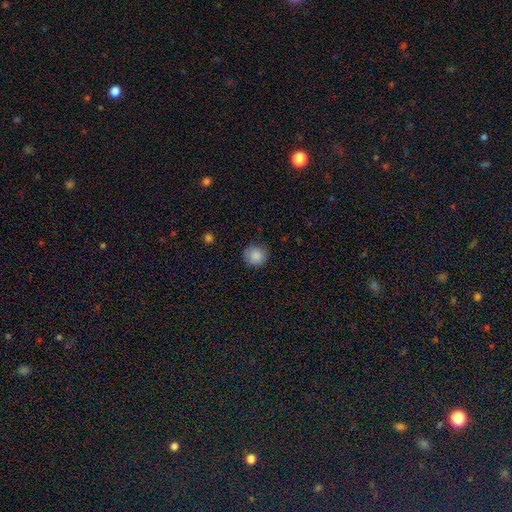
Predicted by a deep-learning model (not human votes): smooth 85%, star or artifact 9%, featured or disk 6%. Down the decision tree: how rounded — round (93%); merging — none (84%).